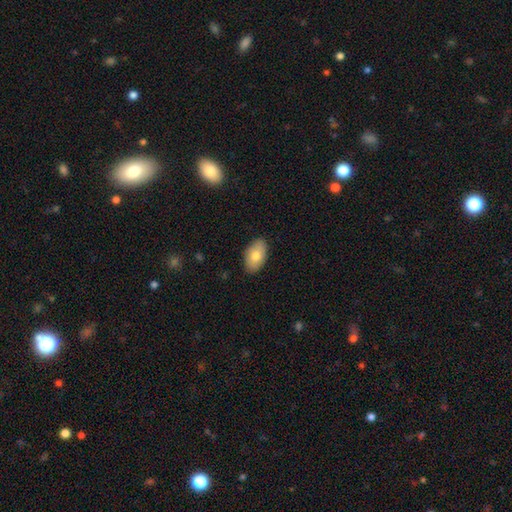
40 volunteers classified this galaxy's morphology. Smooth or featured?
  - smooth: 70% *
  - featured or disk: 25%
  - star or artifact: 5%
How rounded?
  - in between: 89% *
  - round: 11%
  - cigar-shaped: 0%
Merging?
  - none: 82% *
  - minor disturbance: 18%
  - major disturbance: 0%
  - merger: 0%